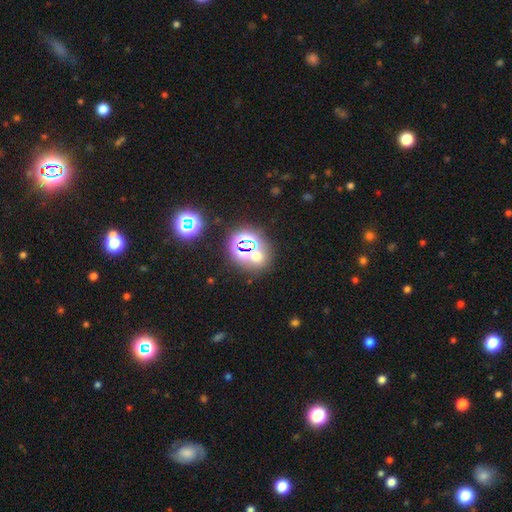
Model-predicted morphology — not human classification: Smooth or featured?
  - star or artifact: 49% *
  - smooth: 41%
  - featured or disk: 11%